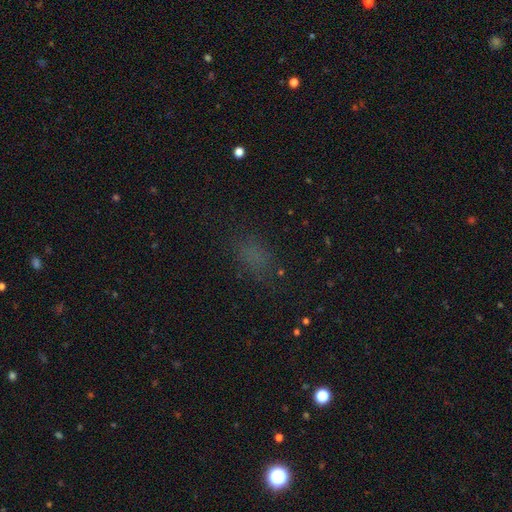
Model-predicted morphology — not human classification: A smooth galaxy with no disk features (64%) that is in between round and cigar-shaped (77%).

Vote fractions:
- Smooth or featured? smooth: 64% / star or artifact: 28% / featured or disk: 8%
- How rounded? in between: 77% / round: 18% / cigar-shaped: 5%
- Merging? none: 76% / minor disturbance: 15% / major disturbance: 8% / merger: 2%